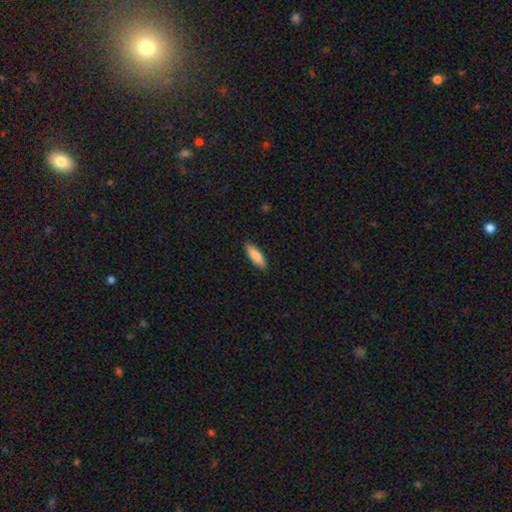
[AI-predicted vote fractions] The model was most divided on "how rounded": cigar-shaped: 53%, in between: 46%, round: 2%. More confident: merging — none (89%); smooth or featured — smooth (85%).